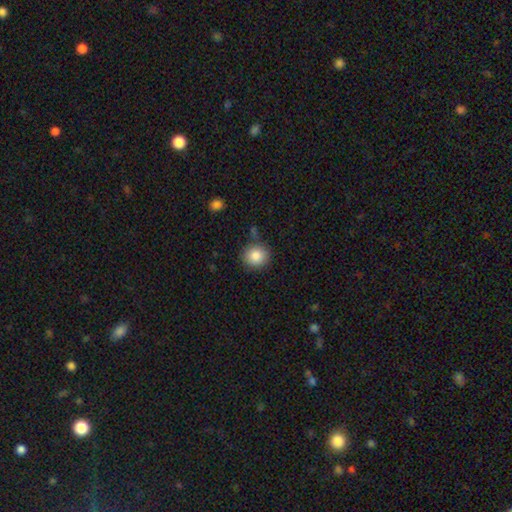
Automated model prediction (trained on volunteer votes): Smooth or featured? smooth (85%)
How rounded? round (87%)
Merging? none (82%)